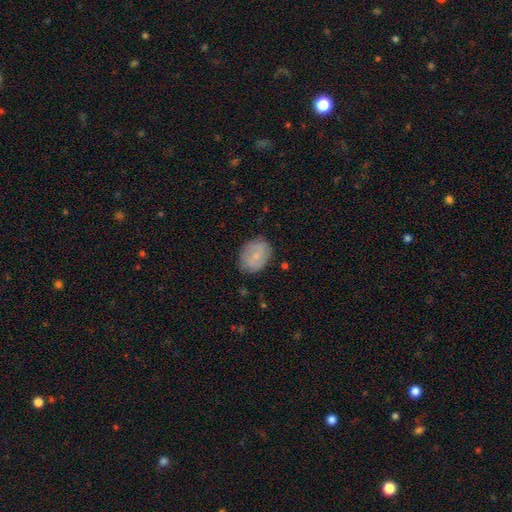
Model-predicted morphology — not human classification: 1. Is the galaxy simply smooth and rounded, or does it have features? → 68% smooth, 25% featured or disk, 7% star or artifact.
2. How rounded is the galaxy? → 63% in between, 36% round, 1% cigar-shaped.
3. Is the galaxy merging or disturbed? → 78% none, 16% minor disturbance, 4% major disturbance, 1% merger.